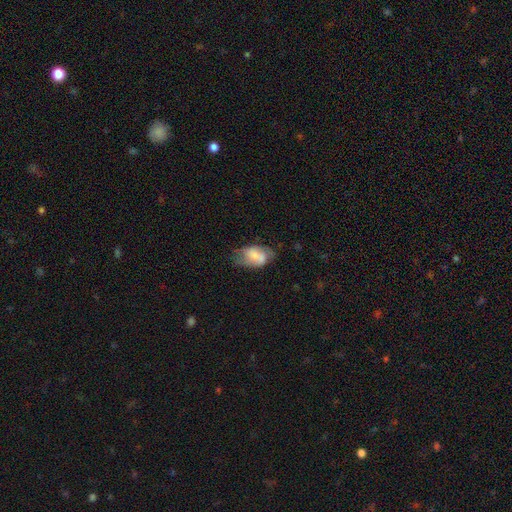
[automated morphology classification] smooth-or-featured: smooth: 59% | featured or disk: 33% | star or artifact: 8%
  how-rounded: in between: 89% | round: 9% | cigar-shaped: 2%
  merging: none: 44% | minor disturbance: 33% | major disturbance: 17% | merger: 5%